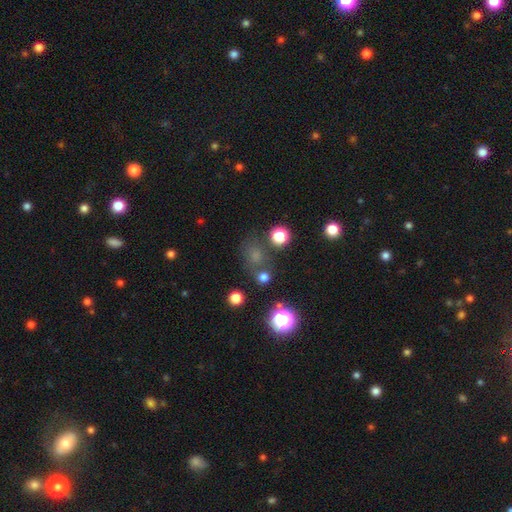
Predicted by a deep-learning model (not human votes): Overall: smooth (60%; star or artifact 32%). How rounded: round (70%). Merging: none (69%).